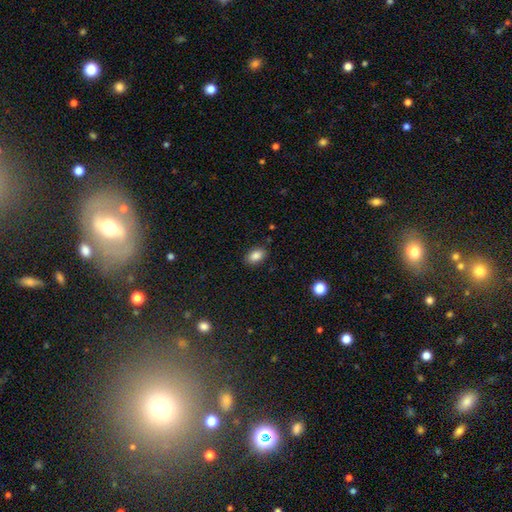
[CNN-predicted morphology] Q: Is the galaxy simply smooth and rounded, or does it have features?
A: smooth — 86%.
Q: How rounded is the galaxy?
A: in between — 87%.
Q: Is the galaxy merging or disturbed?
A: none — 86%.